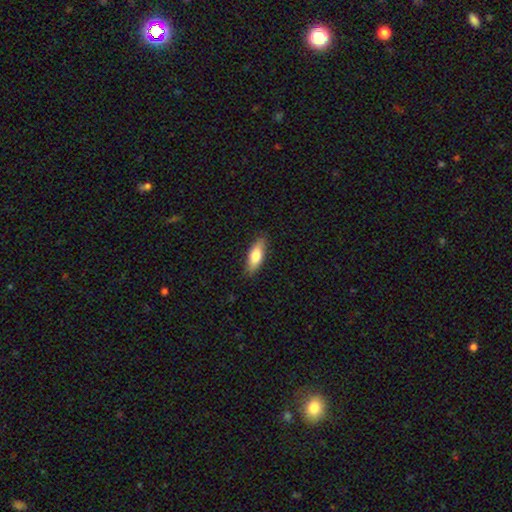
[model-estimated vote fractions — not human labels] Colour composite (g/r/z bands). It shows a smooth galaxy with no disk features (73%) that is in between round and cigar-shaped (64%). Merging: none (86%).